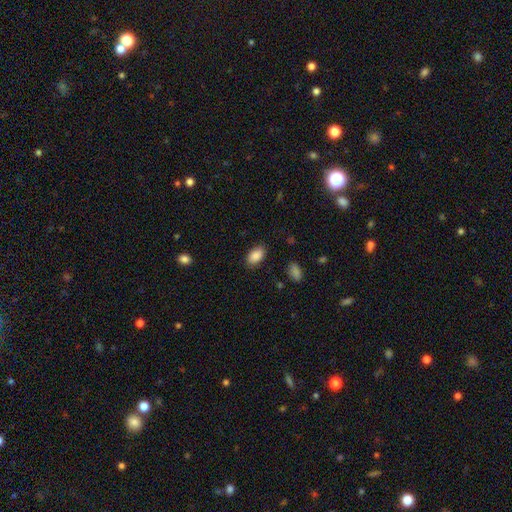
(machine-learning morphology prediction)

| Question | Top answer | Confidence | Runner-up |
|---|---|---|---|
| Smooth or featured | smooth | 89% | star or artifact (7%) |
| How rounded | in between | 92% | round (6%) |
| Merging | none | 86% | minor disturbance (10%) |